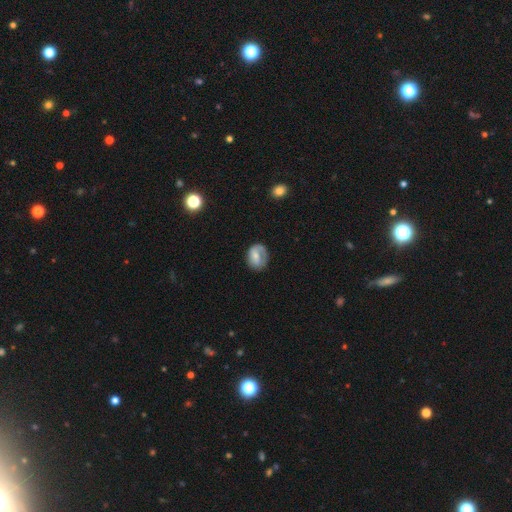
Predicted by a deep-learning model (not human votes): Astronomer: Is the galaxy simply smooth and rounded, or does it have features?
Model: smooth — 54% (runner-up: featured or disk, 38%).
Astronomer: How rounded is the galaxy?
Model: in between — 56% (runner-up: round, 42%).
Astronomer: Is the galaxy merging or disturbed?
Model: none — 57%.